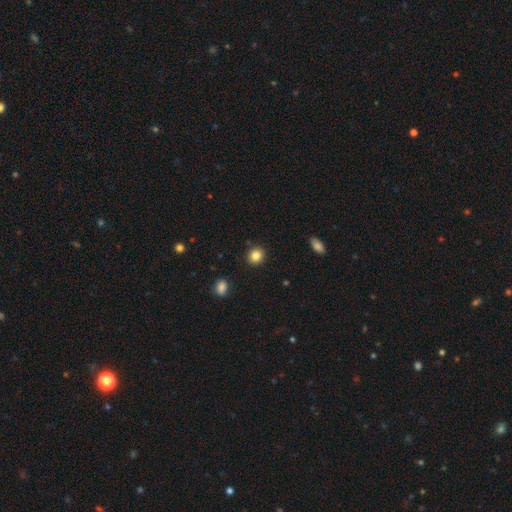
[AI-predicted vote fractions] This appears to be a smooth galaxy with no disk features (85%) that is round (83%). Merging: none (90%).